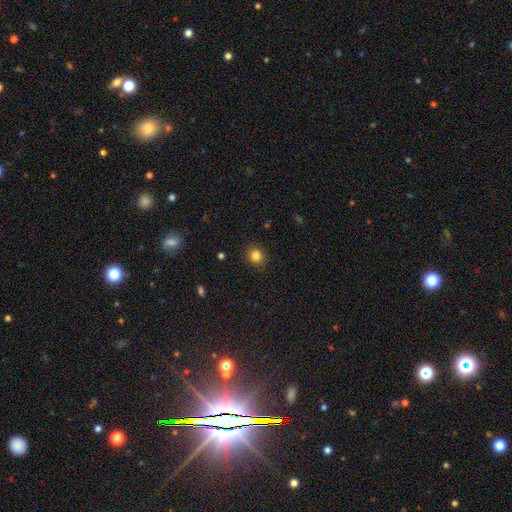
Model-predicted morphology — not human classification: smooth_or_featured: smooth (p=0.84) [alt: star or artifact p=0.12]
how_rounded: round (p=0.86) [alt: in between p=0.13]
merging: none (p=0.90) [alt: minor disturbance p=0.07]